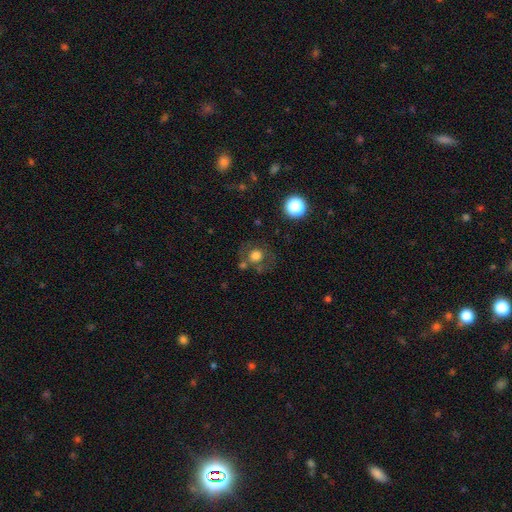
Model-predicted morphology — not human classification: This is likely a smooth galaxy (65%). How rounded: clearly round (85%). Merging: likely none (64%).